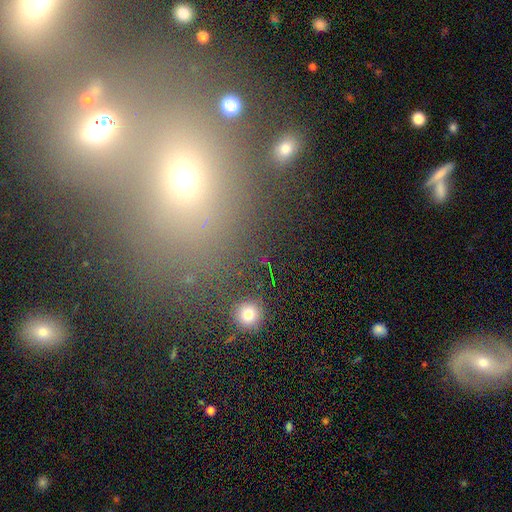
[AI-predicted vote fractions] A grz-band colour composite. It shows a smooth galaxy with no disk features (44%). Merging: none (57%).